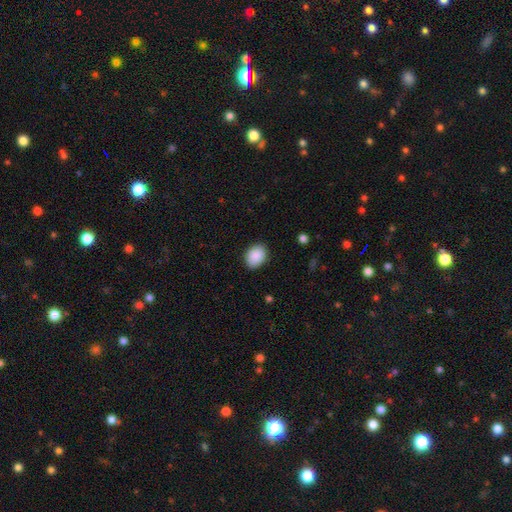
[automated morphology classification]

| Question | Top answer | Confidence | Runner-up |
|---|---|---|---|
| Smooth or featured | smooth | 89% | star or artifact (7%) |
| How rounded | in between | 67% | round (32%) |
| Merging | none | 86% | minor disturbance (10%) |